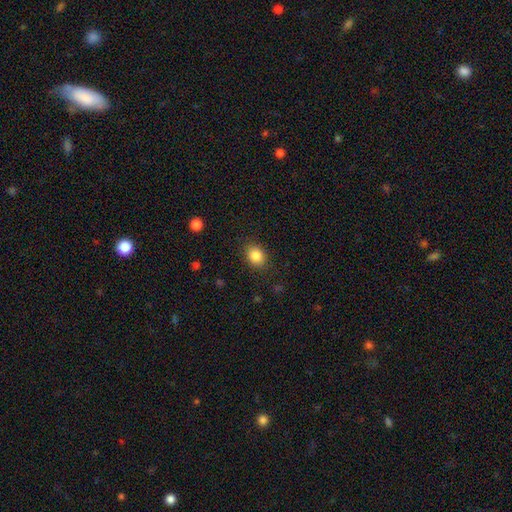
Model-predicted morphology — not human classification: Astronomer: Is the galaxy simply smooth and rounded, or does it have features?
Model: smooth — 86%.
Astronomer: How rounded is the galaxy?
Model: in between — 55% (runner-up: round, 44%).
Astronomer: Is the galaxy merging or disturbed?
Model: none — 86%.